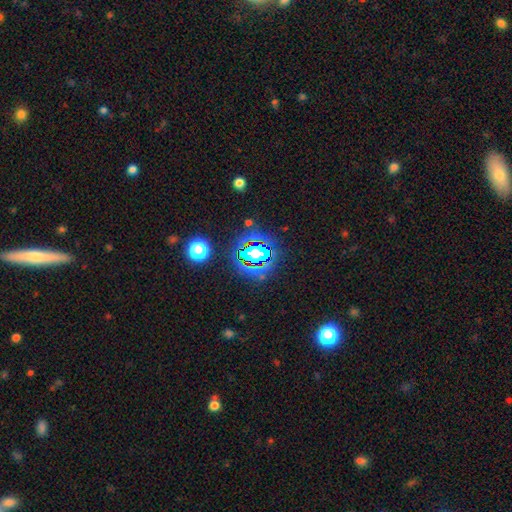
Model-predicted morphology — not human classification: smooth_or_featured: star or artifact (p=0.79) [alt: smooth p=0.14]